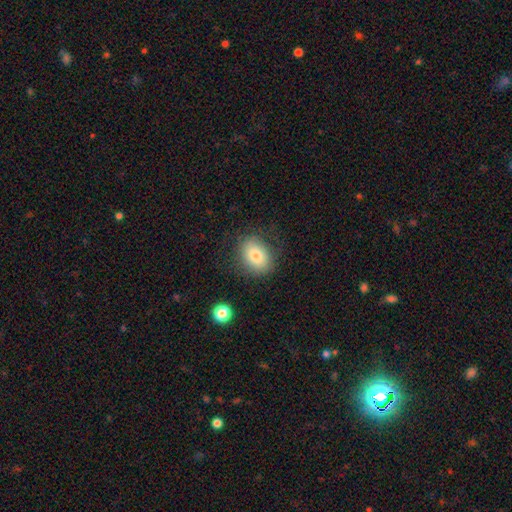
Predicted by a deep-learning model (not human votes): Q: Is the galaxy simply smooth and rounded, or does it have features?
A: smooth — 78%.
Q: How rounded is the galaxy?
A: in between — 66%.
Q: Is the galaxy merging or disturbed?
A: none — 78%.